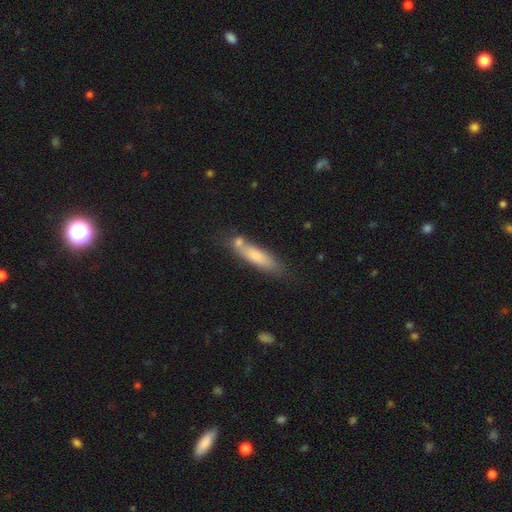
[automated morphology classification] Smooth or featured? smooth (75%)
How rounded? cigar-shaped (71%)
Merging? none (56%)